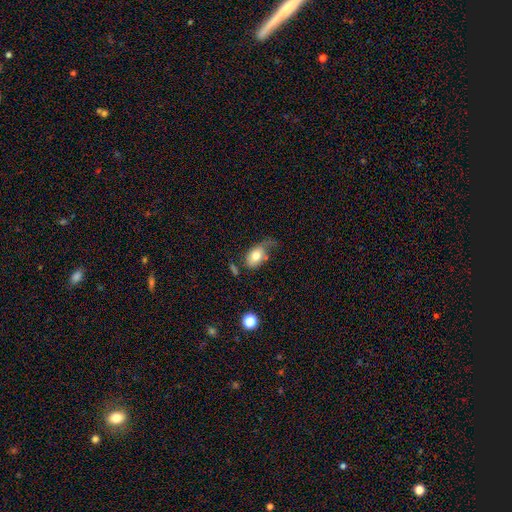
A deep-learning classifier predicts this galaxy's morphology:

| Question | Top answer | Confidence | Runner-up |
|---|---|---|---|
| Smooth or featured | smooth | 74% | featured or disk (19%) |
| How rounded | in between | 87% | round (11%) |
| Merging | none | 34% | major disturbance (29%) |